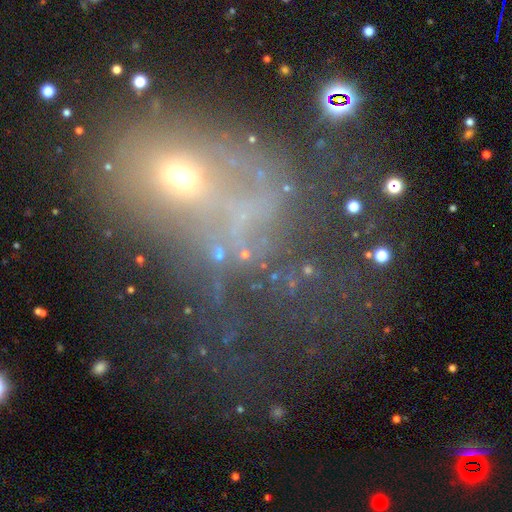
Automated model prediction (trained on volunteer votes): Q: Smooth or featured?
A: smooth (35%); runner-up: star or artifact (34%)
Q: Merging?
A: major disturbance (36%); runner-up: none (35%)